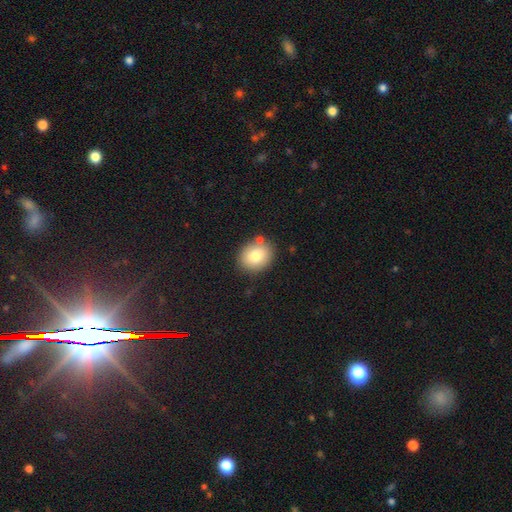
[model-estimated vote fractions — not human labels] A smooth galaxy with no disk features (79%) that is round (51%).

Vote fractions:
- Smooth or featured? smooth: 79% / featured or disk: 12% / star or artifact: 9%
- How rounded? round: 51% / in between: 48% / cigar-shaped: 1%
- Merging? none: 80% / minor disturbance: 11% / merger: 6% / major disturbance: 3%